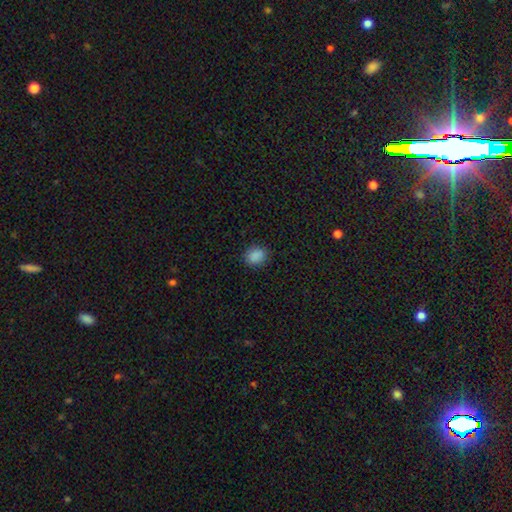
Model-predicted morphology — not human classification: type=smooth (87%); roundness=in between (51%); merging=none (86%).